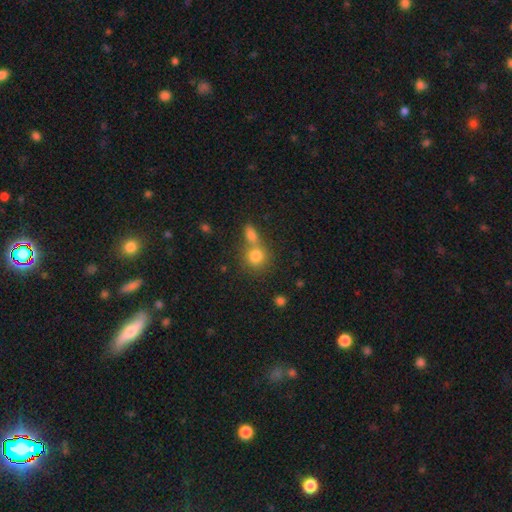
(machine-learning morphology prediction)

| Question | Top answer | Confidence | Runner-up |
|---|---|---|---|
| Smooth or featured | smooth | 80% | star or artifact (10%) |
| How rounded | round | 81% | in between (17%) |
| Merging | none | 44% | tied: merger (44%) |